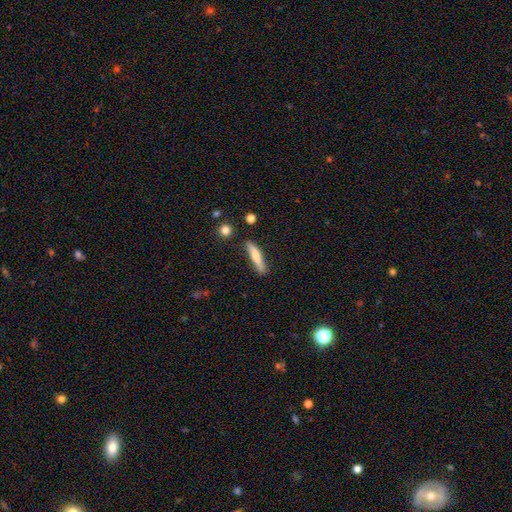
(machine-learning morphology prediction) smooth_or_featured: smooth (p=0.67) [alt: featured or disk p=0.27]
how_rounded: cigar-shaped (p=0.87) [alt: in between p=0.11]
merging: none (p=0.81) [alt: minor disturbance p=0.13]